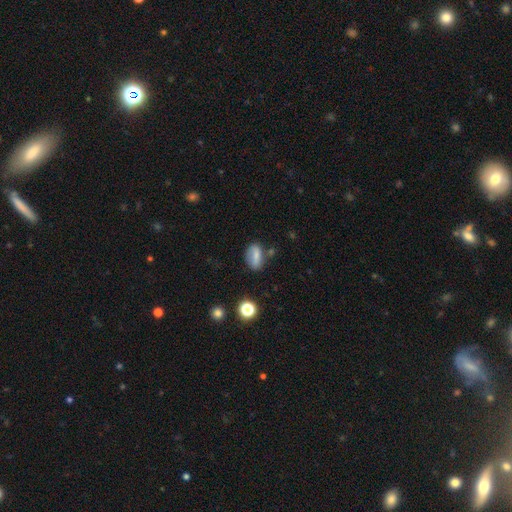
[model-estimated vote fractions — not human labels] smooth-or-featured: smooth: 67% | featured or disk: 22% | star or artifact: 11%
  how-rounded: in between: 81% | round: 13% | cigar-shaped: 6%
  merging: none: 68% | minor disturbance: 21% | major disturbance: 6% | merger: 5%